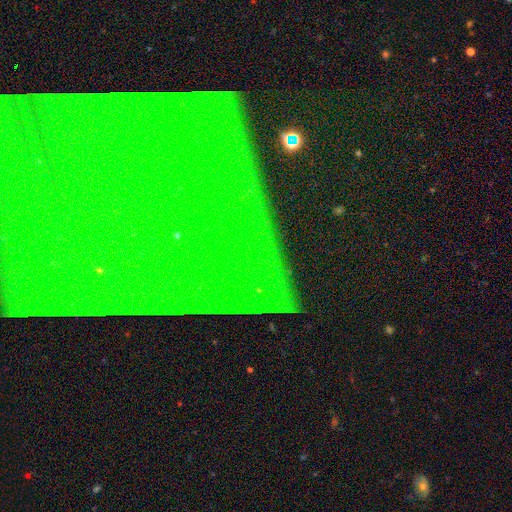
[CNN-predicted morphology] The model was most divided on "smooth or featured": star or artifact: 83%, featured or disk: 9%, smooth: 8%.